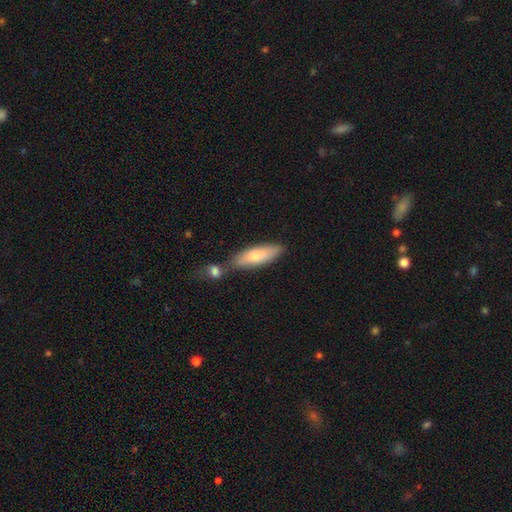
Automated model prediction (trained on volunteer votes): This appears to be a smooth galaxy with no disk features (69%) that is cigar-shaped (49%, tied with in between). Merging: none (65%).